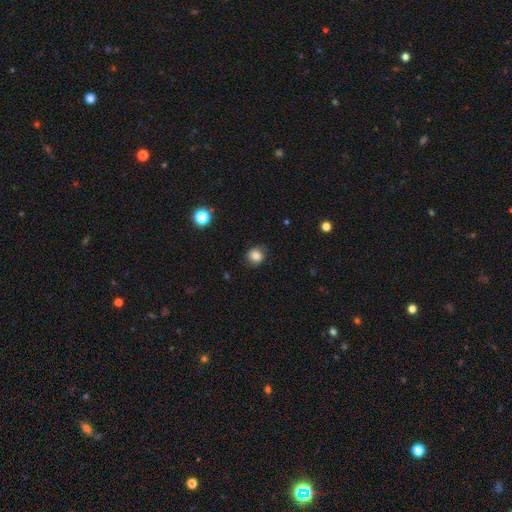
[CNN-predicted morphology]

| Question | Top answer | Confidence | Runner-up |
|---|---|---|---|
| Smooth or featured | smooth | 80% | star or artifact (11%) |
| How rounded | round | 81% | in between (18%) |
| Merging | none | 79% | minor disturbance (15%) |